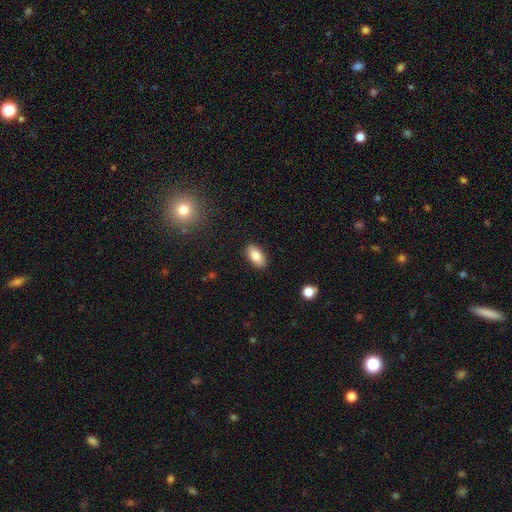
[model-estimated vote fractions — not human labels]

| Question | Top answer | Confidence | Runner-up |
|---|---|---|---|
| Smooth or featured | smooth | 84% | featured or disk (8%) |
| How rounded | in between | 93% | cigar-shaped (4%) |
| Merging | none | 89% | minor disturbance (8%) |